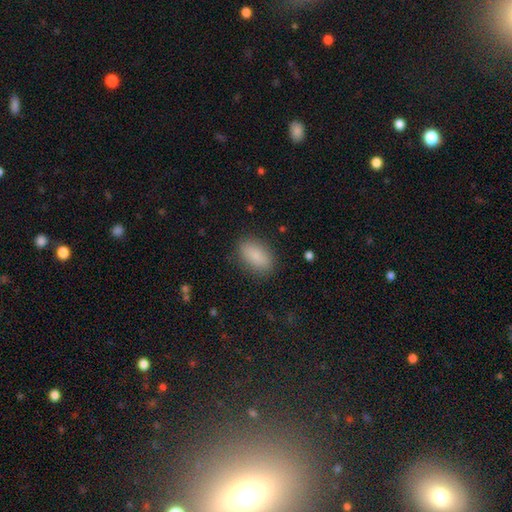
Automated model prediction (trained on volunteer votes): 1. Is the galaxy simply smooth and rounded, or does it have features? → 87% smooth, 8% star or artifact, 6% featured or disk.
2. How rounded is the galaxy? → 88% in between, 7% cigar-shaped, 6% round.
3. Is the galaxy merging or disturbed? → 85% none, 10% minor disturbance, 3% major disturbance, 1% merger.